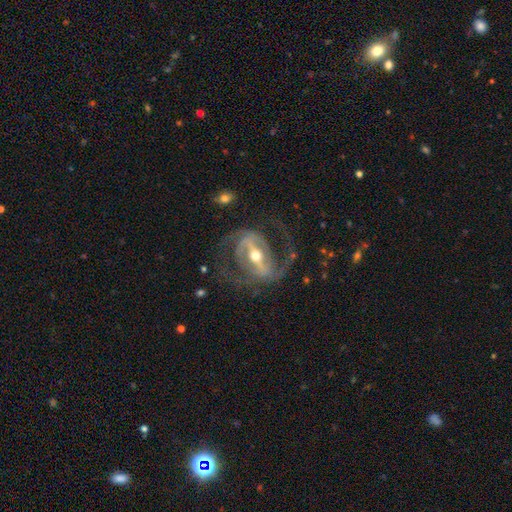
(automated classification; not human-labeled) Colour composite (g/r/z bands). It shows a featured or disk galaxy (91%) with a strong bar (72%), 2 (87%) medium (54%) spiral arms (92%) and a moderate central bulge (66%). Merging: none (67%).